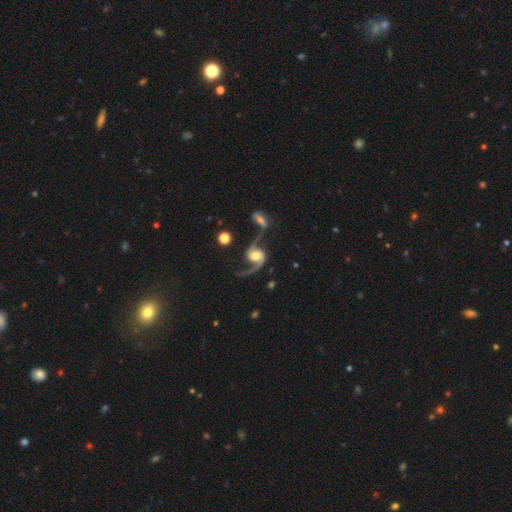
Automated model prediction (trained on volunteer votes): Smooth or featured? Predicted: featured or disk (p=0.91). Edge-on disk? Predicted: no (p=0.98). Bar? Predicted: no (p=0.58). Spiral arms? Predicted: yes (p=0.98). Spiral winding? Predicted: loose (p=0.56). Spiral arm count? Predicted: 2 (p=0.89). Bulge size? Predicted: moderate (p=0.56). Merging? Predicted: none (p=0.53).